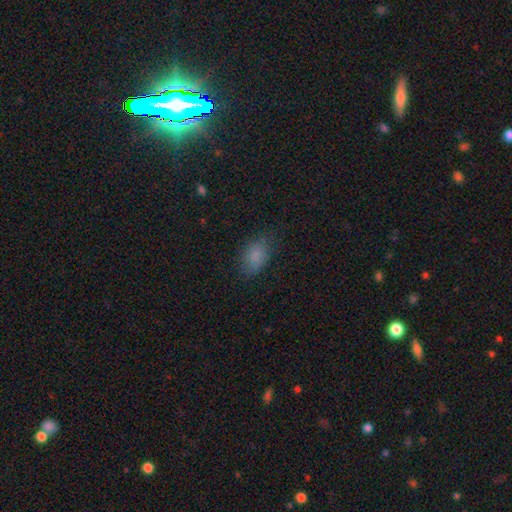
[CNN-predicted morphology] Overall: smooth (82%). How rounded: in between (87%). Merging: none (70%).